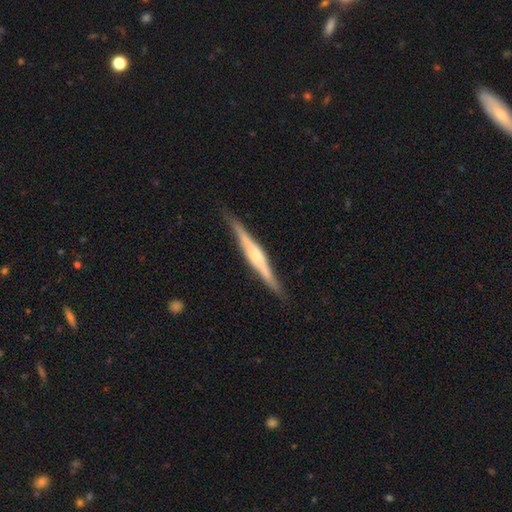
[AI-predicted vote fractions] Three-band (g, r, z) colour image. It shows a featured or disk galaxy (76%) viewed edge-on (98%) with a rounded central bulge (66%). Merging: none (88%).